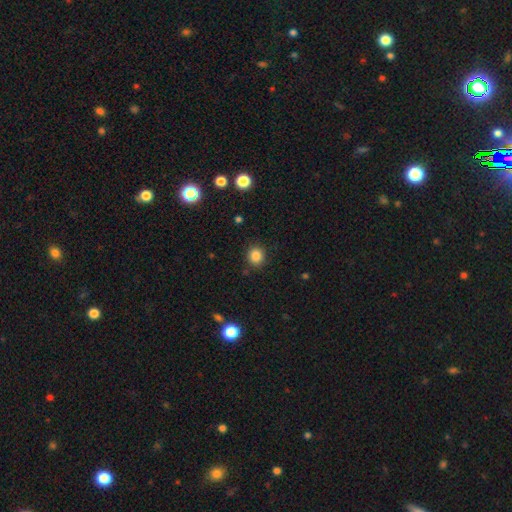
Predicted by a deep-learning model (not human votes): Smooth or featured? smooth (84%)
How rounded? round (86%)
Merging? none (89%)